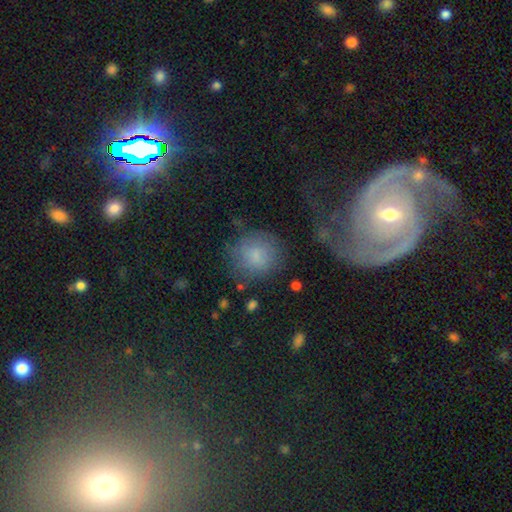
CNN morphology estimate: Smooth or featured: smooth — 73% (featured or disk — 16%)
How rounded: round — 83% (in between — 16%)
Merging: none — 65% (minor disturbance — 18%)